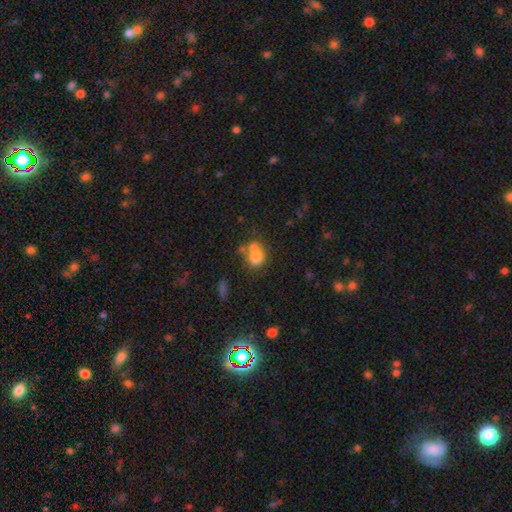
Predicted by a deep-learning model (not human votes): Smooth or featured? Predicted: smooth (p=0.71). How rounded? Predicted: in between (p=0.54). Merging? Predicted: merger (p=0.41).